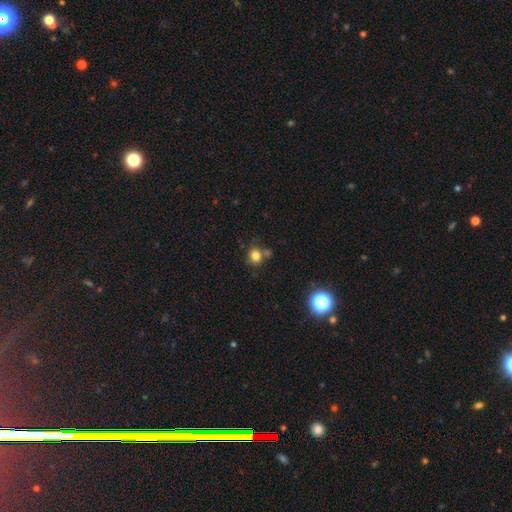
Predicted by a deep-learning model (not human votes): Morphology: type=smooth (80%); roundness=round (75%); merging=none (64%).